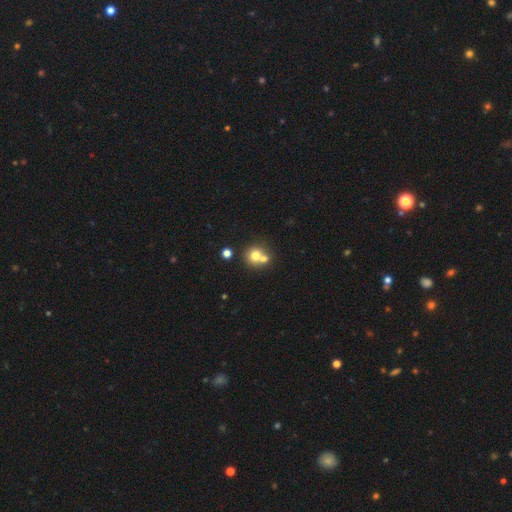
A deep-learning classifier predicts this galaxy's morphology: A smooth galaxy with no disk features (71%) that is round (84%). Merging: merger (49%).